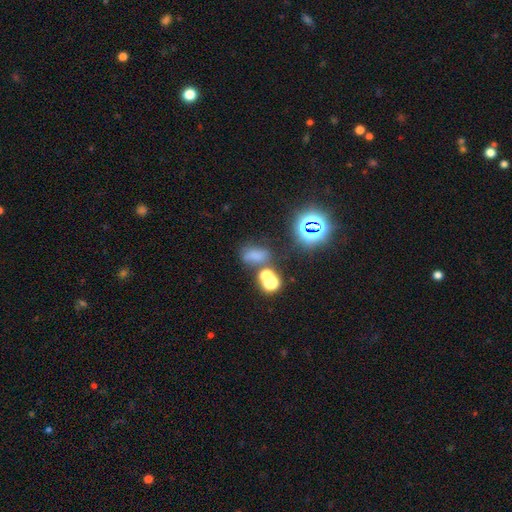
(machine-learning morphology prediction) A smooth galaxy with no disk features (58%) that is in between round and cigar-shaped (70%).

Vote fractions:
- Smooth or featured? smooth: 58% / star or artifact: 31% / featured or disk: 11%
- How rounded? in between: 70% / round: 25% / cigar-shaped: 5%
- Merging? none: 51% / merger: 25% / minor disturbance: 15% / major disturbance: 9%